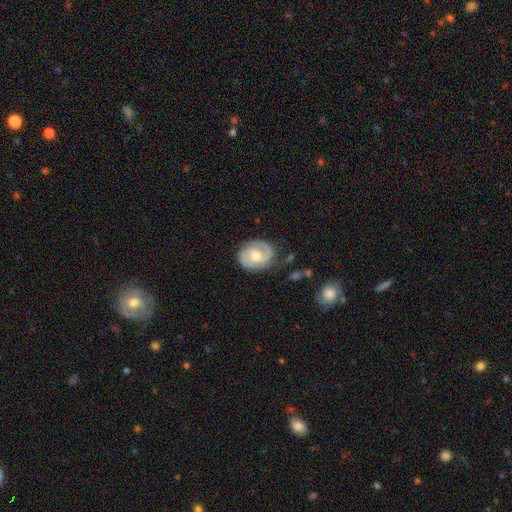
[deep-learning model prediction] Smooth or featured? Predicted: featured or disk (p=0.73). Edge-on disk? Predicted: no (p=0.97). Bar? Predicted: no (p=0.56). Spiral arms? Predicted: yes (p=0.88). Spiral winding? Predicted: tight (p=0.46). Spiral arm count? Predicted: 2 (p=0.81). Bulge size? Predicted: moderate (p=0.72). Merging? Predicted: none (p=0.79).